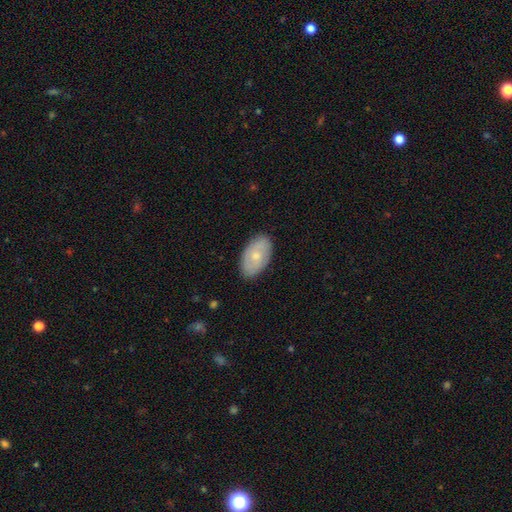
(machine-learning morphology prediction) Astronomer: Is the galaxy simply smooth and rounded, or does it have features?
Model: smooth — 56% (runner-up: featured or disk, 38%).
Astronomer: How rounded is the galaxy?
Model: in between — 93%.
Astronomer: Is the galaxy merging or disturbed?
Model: none — 85%.